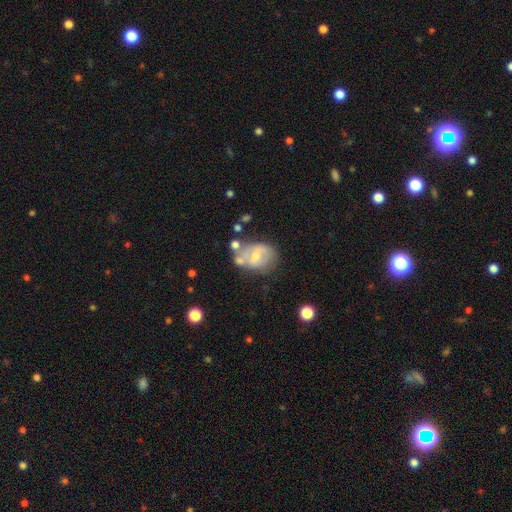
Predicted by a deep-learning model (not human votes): This is possibly a featured or disk galaxy (54%). It is clearly not viewed edge-on (96%). Bar: marginally weak (45%). Spiral arm pattern: possibly no (58%). Central bulge: possibly moderate (47%). Merging: marginally none (36%).